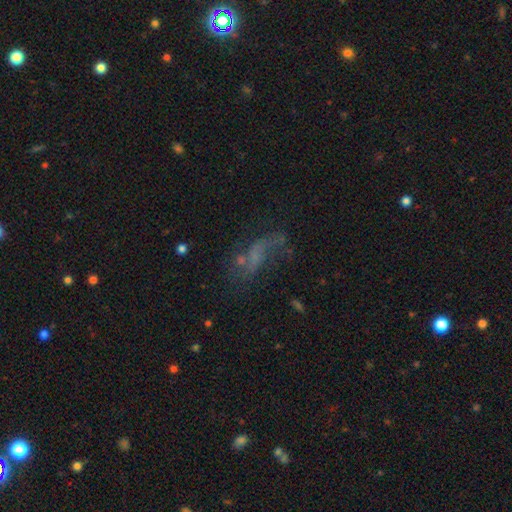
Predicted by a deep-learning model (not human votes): smooth_or_featured: featured or disk (p=0.51) [alt: smooth p=0.29]
disk_edge_on: no (p=0.93) [alt: yes p=0.07]
merging: none (p=0.38) [alt: major disturbance p=0.35]